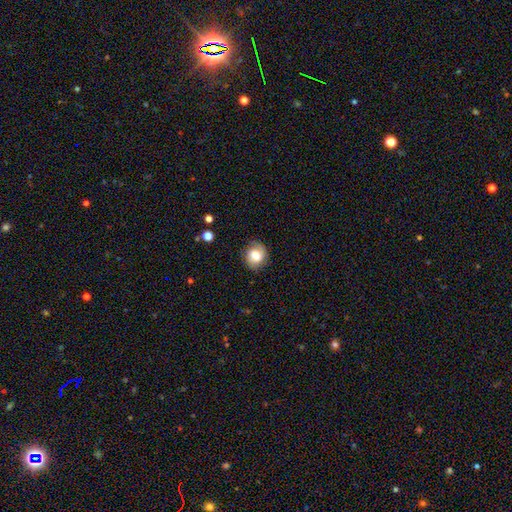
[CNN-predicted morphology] Smooth or featured?
  - smooth: 65% *
  - featured or disk: 26%
  - star or artifact: 9%
How rounded?
  - round: 68% *
  - in between: 31%
  - cigar-shaped: 1%
Merging?
  - none: 78% *
  - minor disturbance: 16%
  - major disturbance: 5%
  - merger: 1%